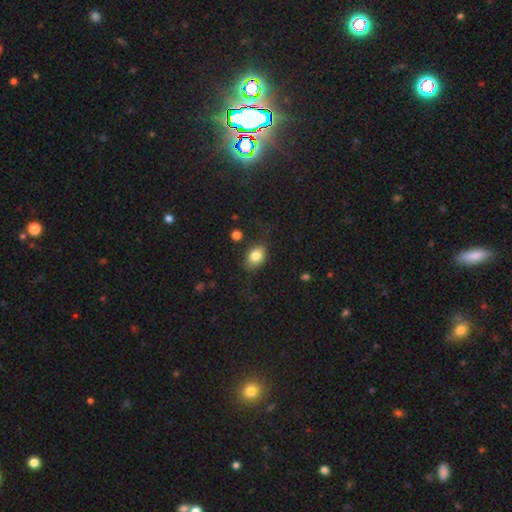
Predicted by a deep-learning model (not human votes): smooth 82%, featured or disk 9%, star or artifact 9%. Down the decision tree: how rounded — in between (72%); merging — none (75%).